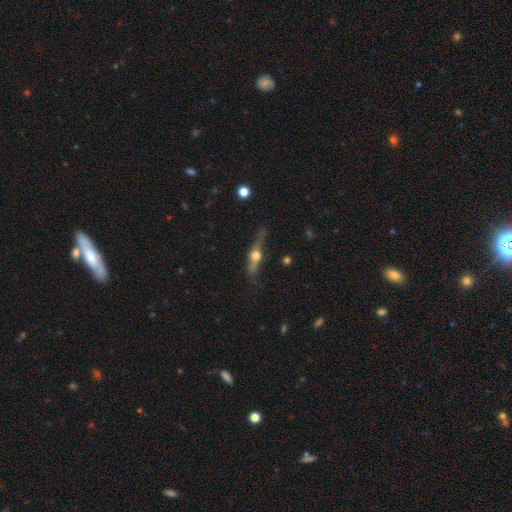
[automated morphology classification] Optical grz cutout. It shows a featured or disk galaxy (67%) viewed edge-on (94%) with a rounded central bulge (95%). Merging: none (71%).